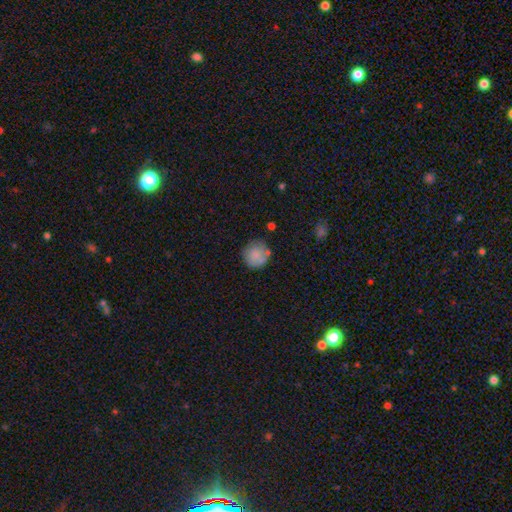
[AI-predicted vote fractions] Q: Smooth or featured?
A: smooth (79%); runner-up: featured or disk (13%)
Q: How rounded?
A: round (91%); runner-up: in between (8%)
Q: Merging?
A: none (72%); runner-up: minor disturbance (19%)